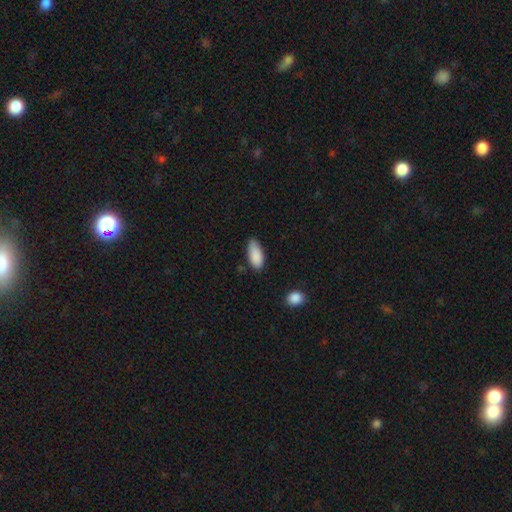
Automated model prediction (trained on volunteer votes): The model was most divided on "merging": none: 70%, minor disturbance: 25%, major disturbance: 3%, merger: 2%. More confident: smooth or featured — smooth (88%); how rounded — in between (86%).